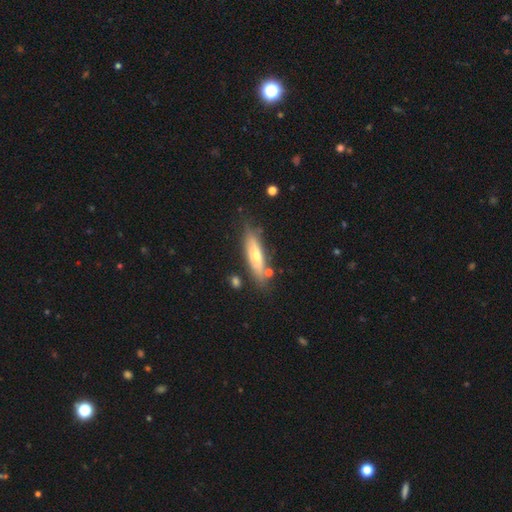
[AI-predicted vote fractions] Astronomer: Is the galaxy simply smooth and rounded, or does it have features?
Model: featured or disk — 47%, tied with smooth at 47%.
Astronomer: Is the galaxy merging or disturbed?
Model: none — 76%.